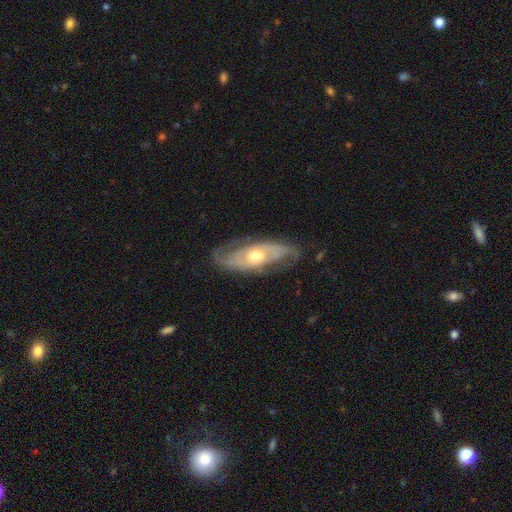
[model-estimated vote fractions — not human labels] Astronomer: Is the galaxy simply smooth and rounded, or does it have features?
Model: featured or disk — 84%.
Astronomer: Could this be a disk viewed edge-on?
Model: no — 88%.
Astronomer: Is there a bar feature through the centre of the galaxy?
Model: no — 69%.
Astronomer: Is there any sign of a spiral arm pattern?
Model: yes — 92%.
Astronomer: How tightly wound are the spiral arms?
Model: tight — 45% (runner-up: medium, 40%).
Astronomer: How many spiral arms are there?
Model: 2 — 70%.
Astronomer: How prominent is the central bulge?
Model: moderate — 72%.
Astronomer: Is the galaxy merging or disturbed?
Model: none — 76%.